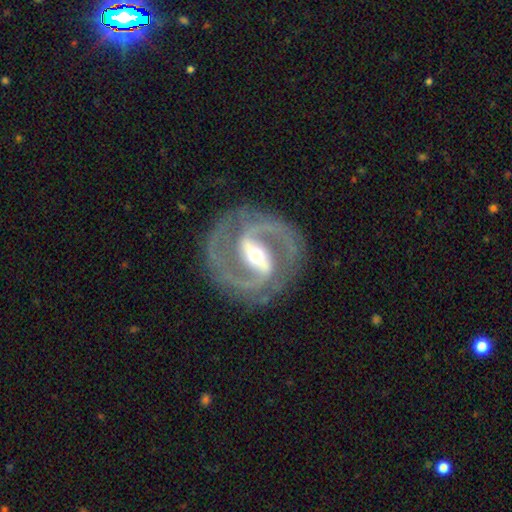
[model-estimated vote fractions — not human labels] The model was most divided on "bulge size": moderate: 57%, small: 36%, large: 6%, dominant: 1%, none: 1%. More confident: spiral arms — yes (98%); edge-on disk — no (97%); smooth or featured — featured or disk (92%); spiral arm count — 2 (91%); merging — none (84%); bar — strong (68%); spiral winding — medium (57%).